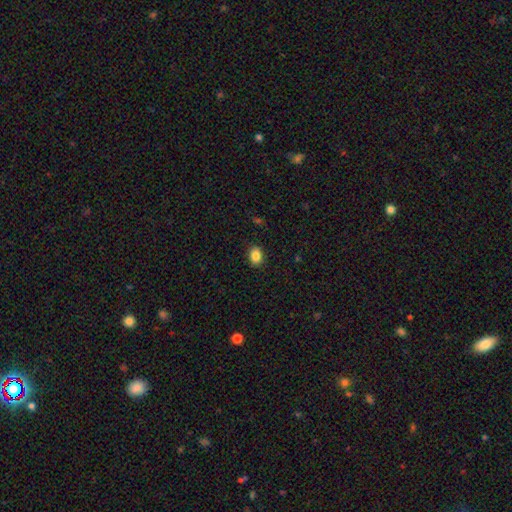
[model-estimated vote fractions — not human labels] Q: Smooth or featured?
A: smooth (86%); runner-up: star or artifact (9%)
Q: How rounded?
A: in between (68%); runner-up: round (31%)
Q: Merging?
A: none (90%); runner-up: minor disturbance (8%)